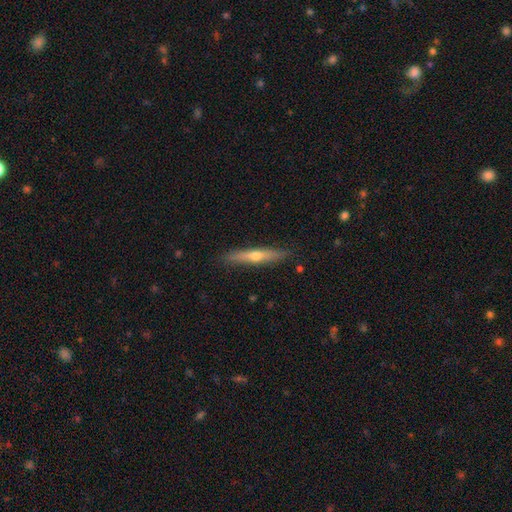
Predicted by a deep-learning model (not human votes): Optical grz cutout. It shows a featured or disk galaxy (56%) viewed edge-on (94%) with a rounded central bulge (86%). Merging: none (89%).